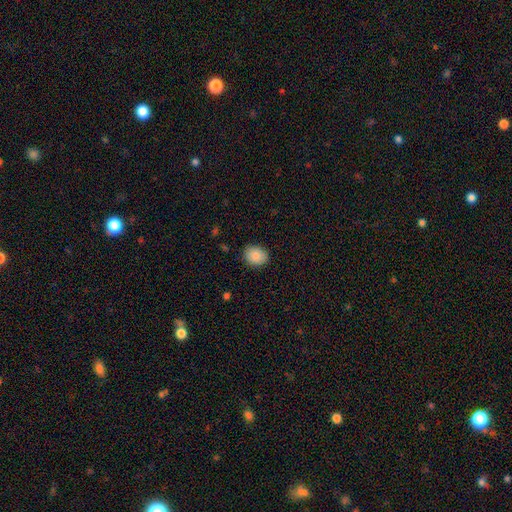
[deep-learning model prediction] A smooth galaxy with no disk features (88%) that is round (50%). Merging: none (87%).